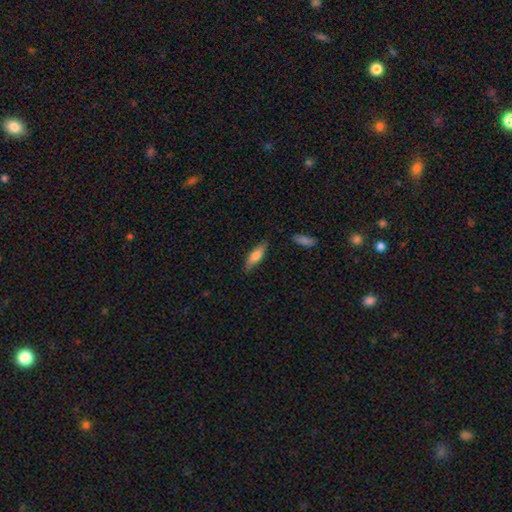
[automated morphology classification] This appears to be a smooth galaxy with no disk features (71%) that is cigar-shaped (52%). Merging: none (81%).